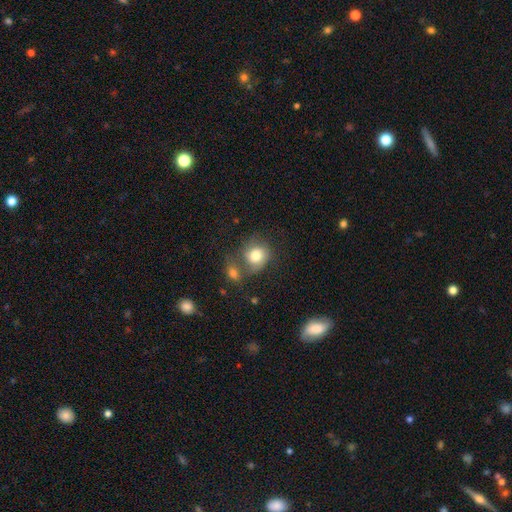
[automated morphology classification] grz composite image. It shows a smooth galaxy with no disk features (77%) that is round (73%). Merging: none (42%).